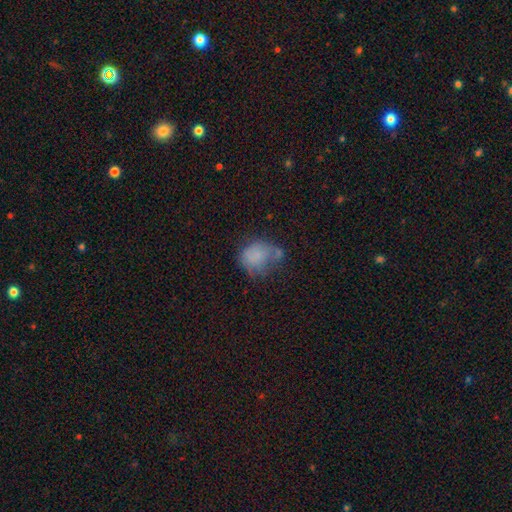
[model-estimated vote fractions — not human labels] This appears to be a smooth galaxy with no disk features (69%) that is round (54%). Merging: none (33%).